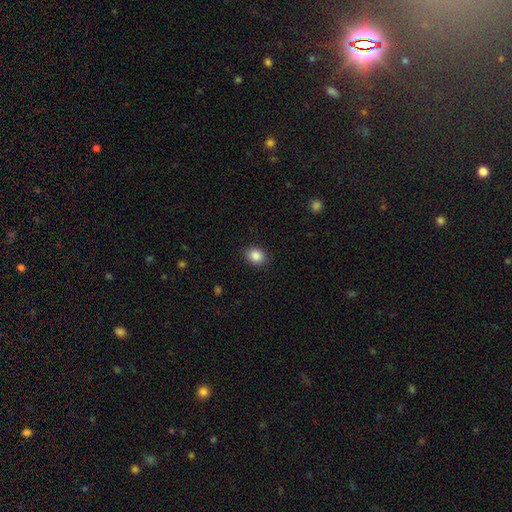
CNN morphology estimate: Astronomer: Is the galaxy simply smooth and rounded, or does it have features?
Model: smooth — 87%.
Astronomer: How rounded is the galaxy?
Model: round — 59% (runner-up: in between, 40%).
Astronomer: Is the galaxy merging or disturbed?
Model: none — 89%.